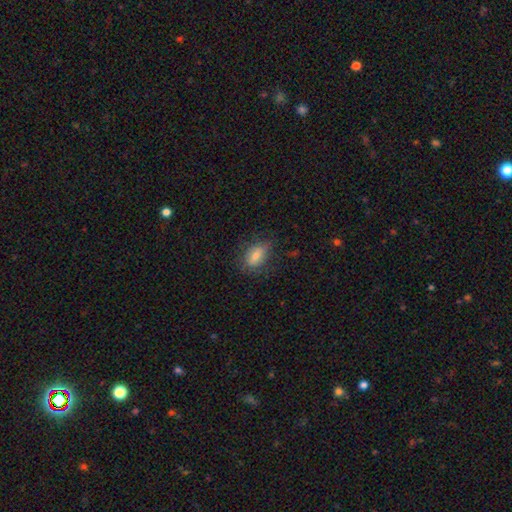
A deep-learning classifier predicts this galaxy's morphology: A smooth galaxy with no disk features (66%) that is in between round and cigar-shaped (81%). Merging: none (70%).